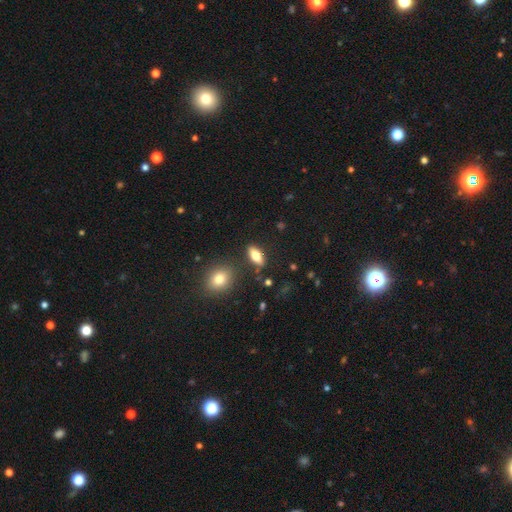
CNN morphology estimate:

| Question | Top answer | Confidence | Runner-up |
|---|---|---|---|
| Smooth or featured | smooth | 73% | featured or disk (20%) |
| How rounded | in between | 80% | cigar-shaped (15%) |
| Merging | none | 82% | minor disturbance (11%) |